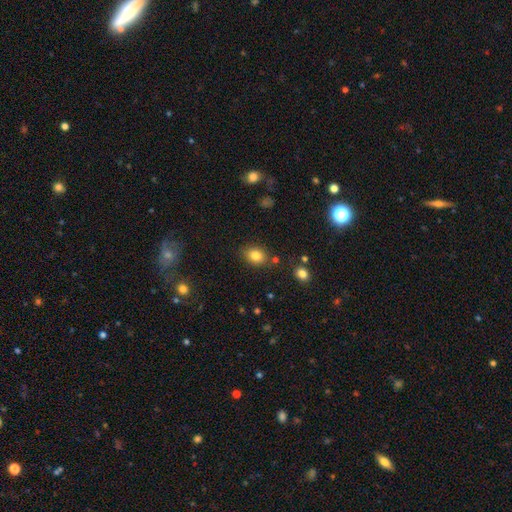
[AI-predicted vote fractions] smooth 82%, star or artifact 10%, featured or disk 8%. Down the decision tree: how rounded — in between (68%); merging — none (78%).